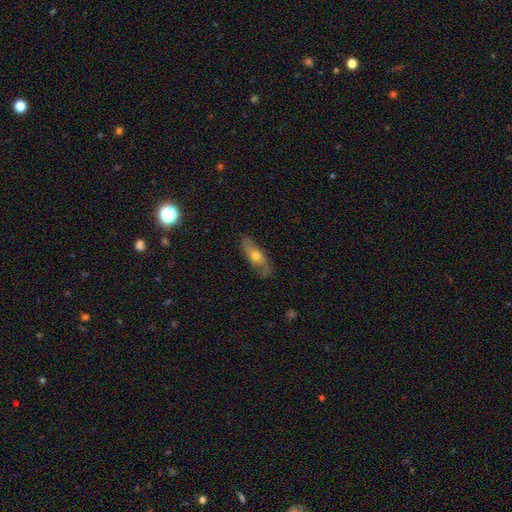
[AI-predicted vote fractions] smooth_or_featured: featured or disk (p=0.47) [alt: smooth p=0.46]
merging: none (p=0.76) [alt: minor disturbance p=0.18]